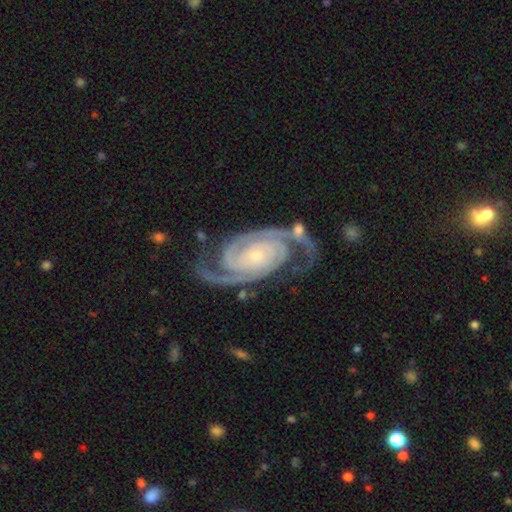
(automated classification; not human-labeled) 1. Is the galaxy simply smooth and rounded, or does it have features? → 93% featured or disk, 4% star or artifact, 3% smooth.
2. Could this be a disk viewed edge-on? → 97% no, 3% yes.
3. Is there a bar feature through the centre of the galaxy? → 67% no, 20% weak, 13% strong.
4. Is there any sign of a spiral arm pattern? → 99% yes, 1% no.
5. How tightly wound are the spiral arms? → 70% tight, 27% medium, 4% loose.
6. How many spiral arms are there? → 87% 2, 6% 3, 2% can't tell, 2% 4, 2% 1, 2% more than 4.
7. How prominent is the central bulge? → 76% small, 18% moderate, 3% none, 2% large, 1% dominant.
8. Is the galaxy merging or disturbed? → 74% none, 15% minor disturbance, 7% major disturbance, 4% merger.